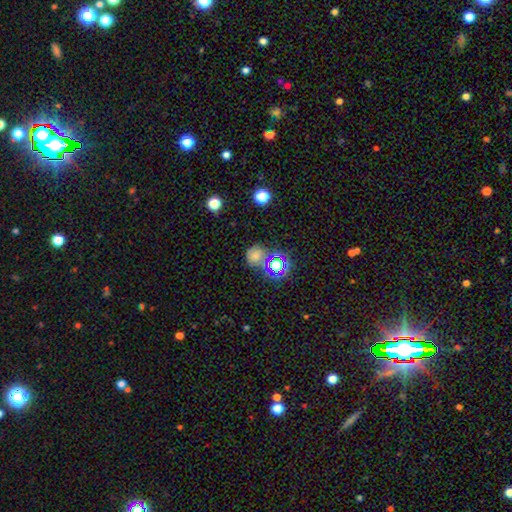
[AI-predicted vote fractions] Overall: smooth (60%; star or artifact 29%). How rounded: round (82%). Merging: none (63%).